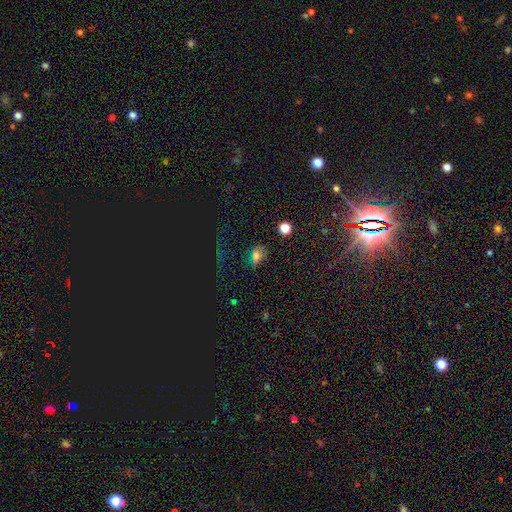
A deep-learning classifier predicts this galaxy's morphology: A smooth galaxy with no disk features (53%) that is in between round and cigar-shaped (66%).

Vote fractions:
- Smooth or featured? smooth: 53% / star or artifact: 34% / featured or disk: 13%
- How rounded? in between: 66% / round: 29% / cigar-shaped: 5%
- Merging? none: 59% / minor disturbance: 19% / major disturbance: 16% / merger: 6%